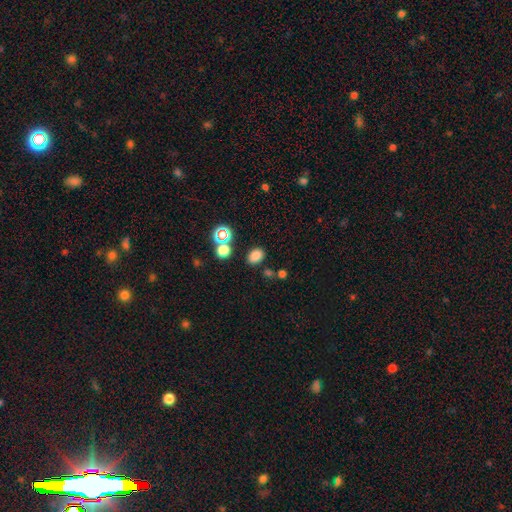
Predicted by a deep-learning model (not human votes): Smooth or featured?
  - smooth: 80% *
  - star or artifact: 15%
  - featured or disk: 5%
How rounded?
  - in between: 69% *
  - round: 30%
  - cigar-shaped: 1%
Merging?
  - none: 80% *
  - minor disturbance: 10%
  - merger: 7%
  - major disturbance: 3%